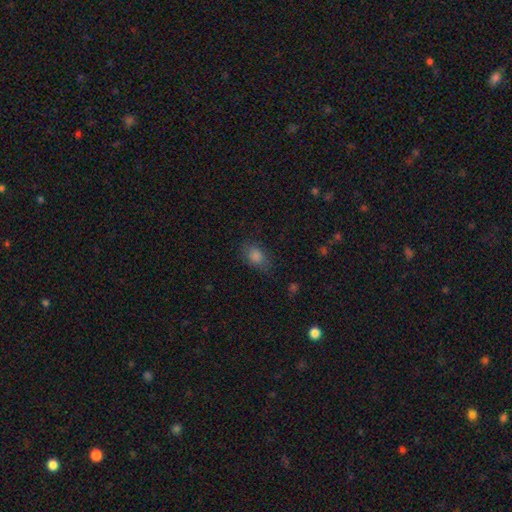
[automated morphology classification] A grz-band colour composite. It shows a smooth galaxy with no disk features (80%) that is in between round and cigar-shaped (77%). Merging: none (75%).